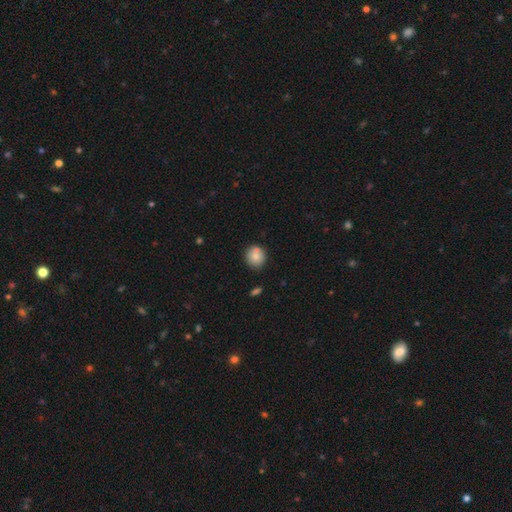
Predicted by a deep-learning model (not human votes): Smooth or featured?
  - smooth: 81% *
  - featured or disk: 11%
  - star or artifact: 8%
How rounded?
  - round: 87% *
  - in between: 12%
  - cigar-shaped: 1%
Merging?
  - none: 75% *
  - minor disturbance: 13%
  - merger: 9%
  - major disturbance: 3%